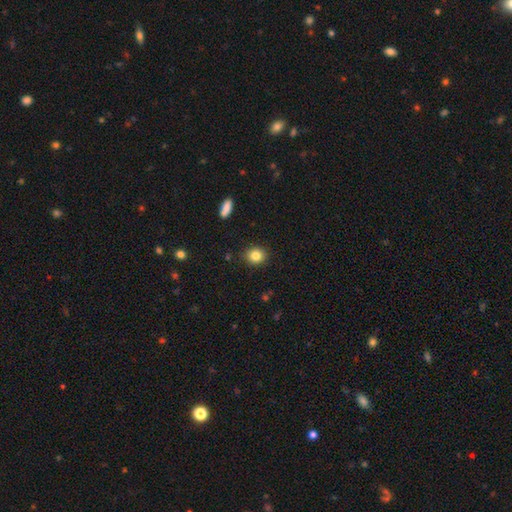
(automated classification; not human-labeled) Smooth or featured?
  - smooth: 84% *
  - star or artifact: 10%
  - featured or disk: 6%
How rounded?
  - round: 78% *
  - in between: 21%
  - cigar-shaped: 1%
Merging?
  - none: 89% *
  - minor disturbance: 7%
  - major disturbance: 2%
  - merger: 1%